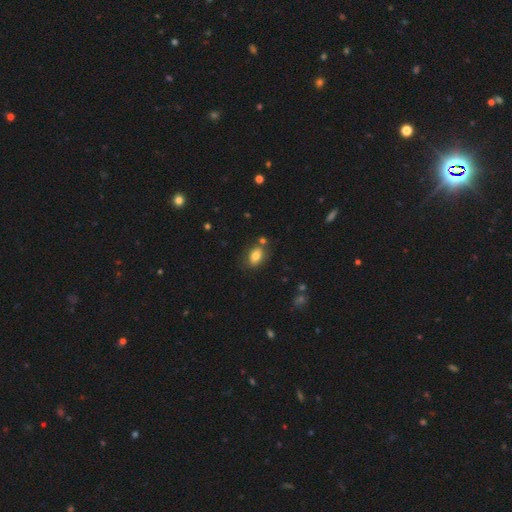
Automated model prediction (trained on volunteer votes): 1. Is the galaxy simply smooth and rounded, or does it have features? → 81% smooth, 10% featured or disk, 9% star or artifact.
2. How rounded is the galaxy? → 85% in between, 14% round, 2% cigar-shaped.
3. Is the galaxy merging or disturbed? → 73% none, 14% minor disturbance, 10% merger, 4% major disturbance.